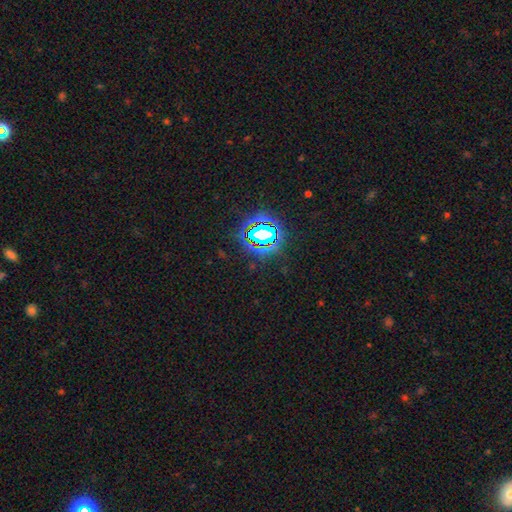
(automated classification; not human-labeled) Overall: star or artifact (82%).